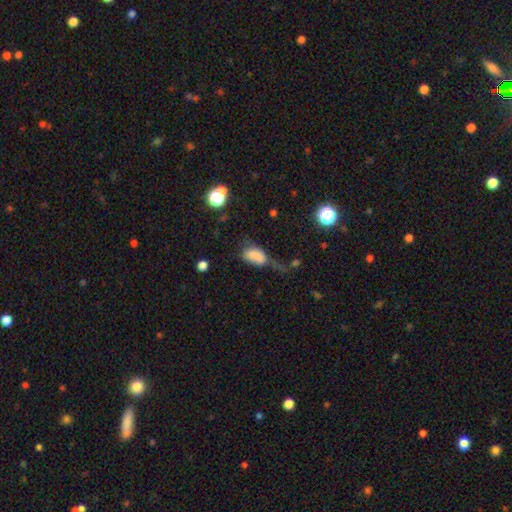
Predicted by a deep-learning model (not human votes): smooth-or-featured: smooth: 74% | featured or disk: 13% | star or artifact: 13%
  how-rounded: in between: 87% | round: 9% | cigar-shaped: 4%
  merging: major disturbance: 44% | minor disturbance: 23% | none: 20% | merger: 13%